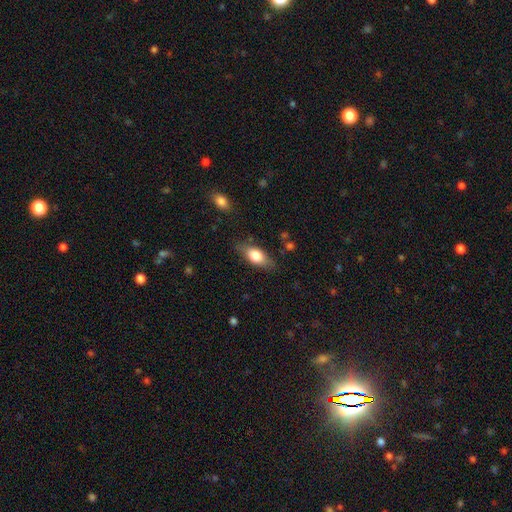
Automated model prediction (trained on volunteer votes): smooth-or-featured: smooth: 74% | featured or disk: 19% | star or artifact: 7%
  how-rounded: in between: 82% | cigar-shaped: 13% | round: 5%
  merging: none: 78% | minor disturbance: 16% | major disturbance: 4% | merger: 2%